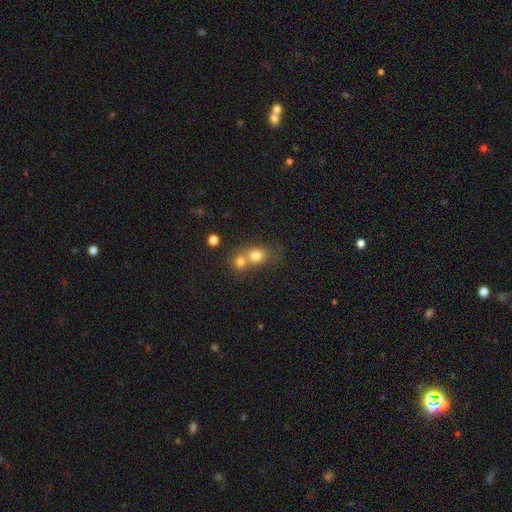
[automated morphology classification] smooth 76%, featured or disk 13%, star or artifact 12%. Down the decision tree: how rounded — round (68%); merging — merger (58%).